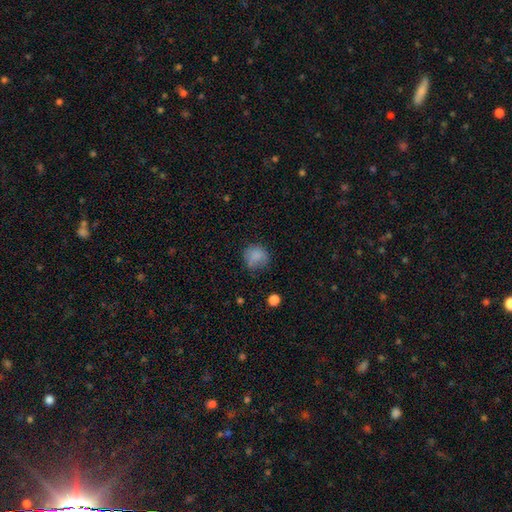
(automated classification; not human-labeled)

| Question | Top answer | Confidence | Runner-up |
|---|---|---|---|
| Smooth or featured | smooth | 81% | star or artifact (10%) |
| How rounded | round | 81% | in between (18%) |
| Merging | none | 62% | minor disturbance (24%) |